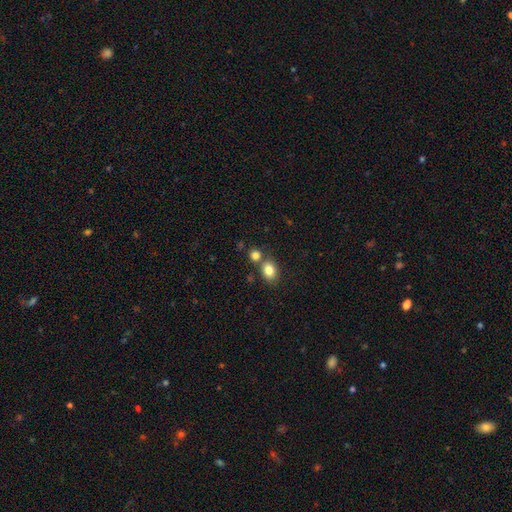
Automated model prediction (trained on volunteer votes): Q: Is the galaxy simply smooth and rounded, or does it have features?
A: smooth — 82%.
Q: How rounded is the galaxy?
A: round — 58%.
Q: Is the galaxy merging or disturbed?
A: none — 59%.